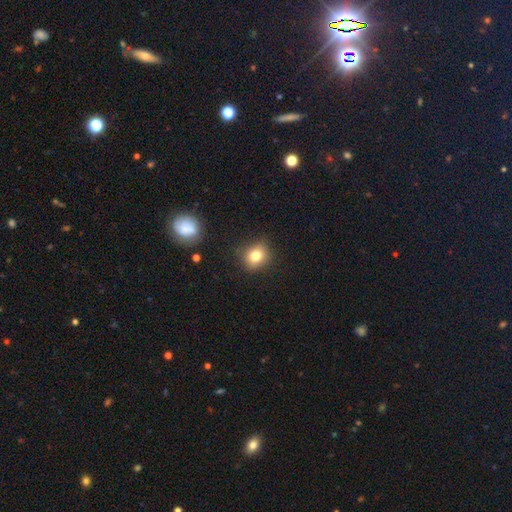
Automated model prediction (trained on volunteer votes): Smooth or featured: smooth — 79% (star or artifact — 12%)
How rounded: round — 75% (in between — 24%)
Merging: none — 83% (minor disturbance — 12%)